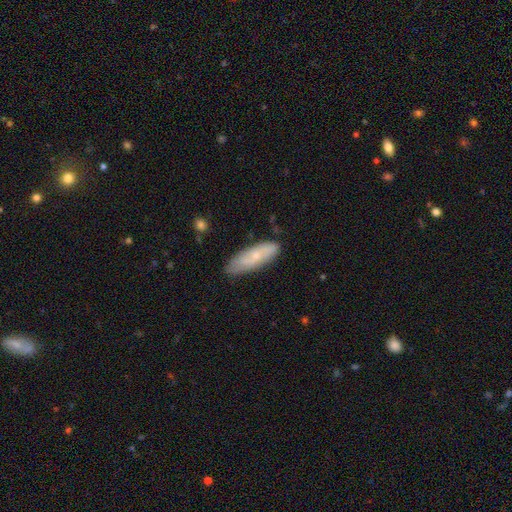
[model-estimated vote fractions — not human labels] smooth_or_featured: smooth (p=0.57) [alt: featured or disk p=0.36]
how_rounded: in between (p=0.53) [alt: cigar-shaped p=0.45]
merging: none (p=0.76) [alt: minor disturbance p=0.19]